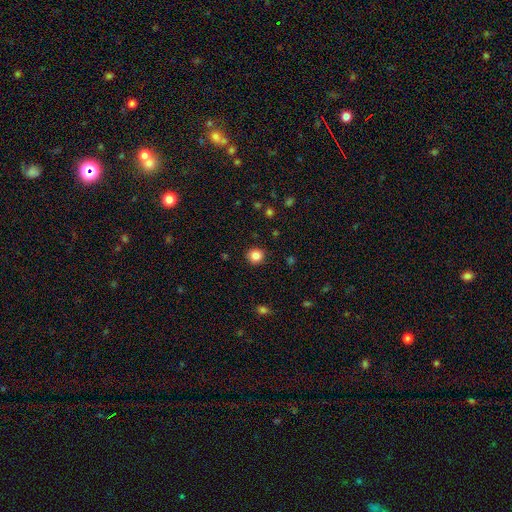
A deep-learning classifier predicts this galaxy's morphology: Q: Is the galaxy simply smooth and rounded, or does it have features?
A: smooth — 85%.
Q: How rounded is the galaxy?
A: round — 90%.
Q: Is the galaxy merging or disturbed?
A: none — 91%.